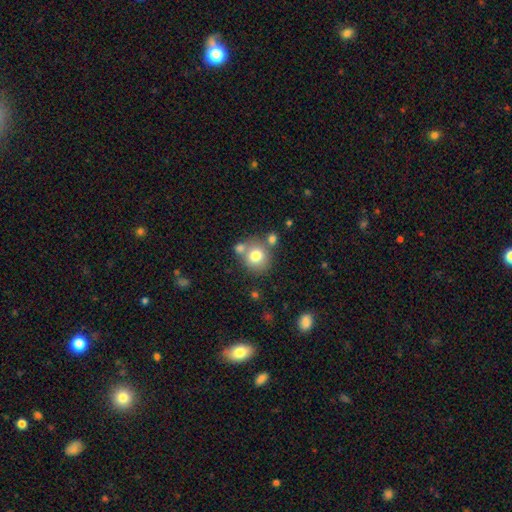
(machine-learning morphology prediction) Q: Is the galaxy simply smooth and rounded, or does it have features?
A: smooth — 75%.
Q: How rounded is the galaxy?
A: round — 83%.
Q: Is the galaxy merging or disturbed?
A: none — 61%.